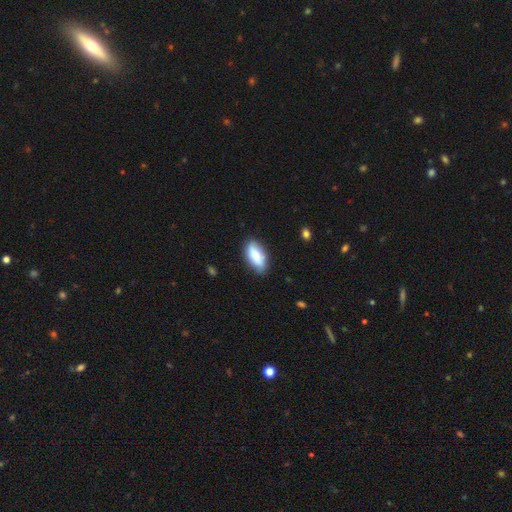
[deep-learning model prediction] Smooth or featured: smooth — 80% (featured or disk — 14%)
How rounded: in between — 84% (cigar-shaped — 13%)
Merging: none — 83% (minor disturbance — 13%)